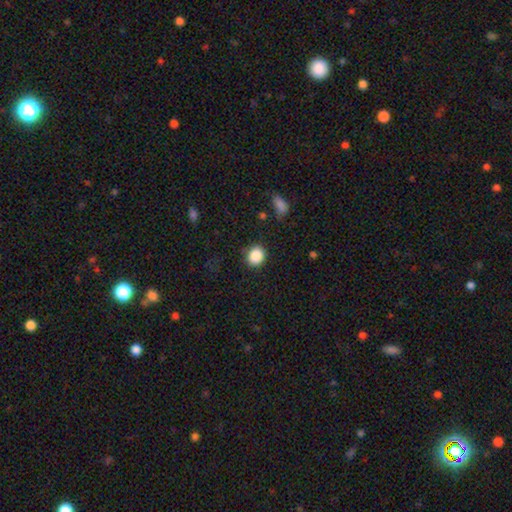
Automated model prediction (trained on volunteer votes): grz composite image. It shows a smooth galaxy with no disk features (87%) that is round (75%). Merging: none (86%).